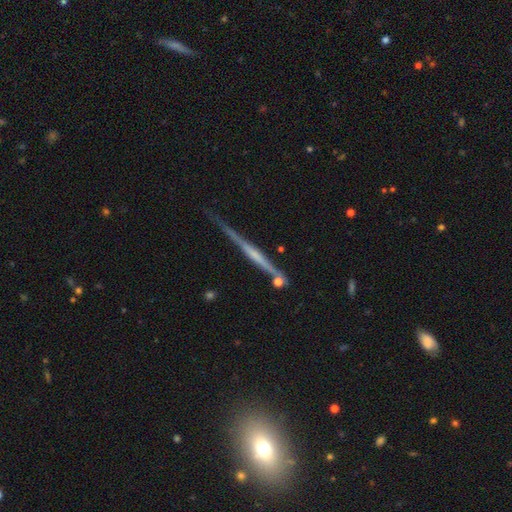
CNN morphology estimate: Overall: featured or disk (73%). Edge-on disk: yes (97%). Edge-on bulge: none (55%; rounded 30%). Merging: none (70%).